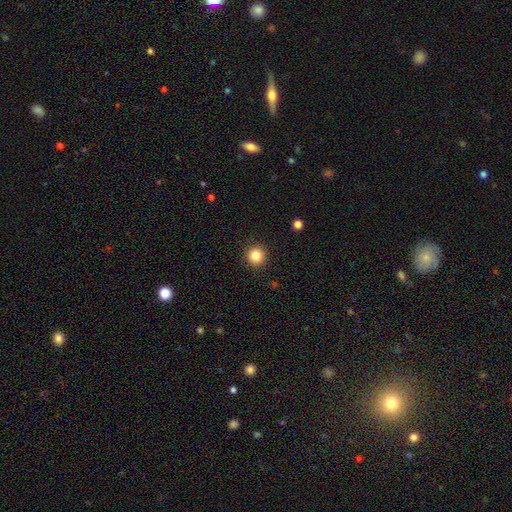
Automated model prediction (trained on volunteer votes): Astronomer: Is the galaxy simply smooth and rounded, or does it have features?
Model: smooth — 84%.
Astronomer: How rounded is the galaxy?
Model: round — 95%.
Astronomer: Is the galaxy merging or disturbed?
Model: none — 92%.